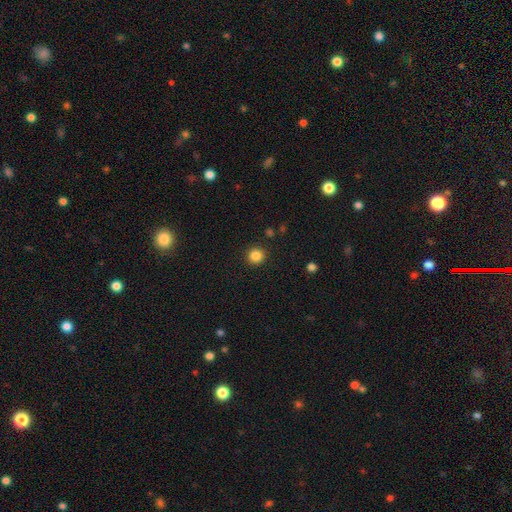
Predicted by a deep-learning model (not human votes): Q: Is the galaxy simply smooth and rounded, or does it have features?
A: smooth — 85%.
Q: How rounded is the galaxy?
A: round — 94%.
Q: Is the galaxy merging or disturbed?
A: none — 91%.